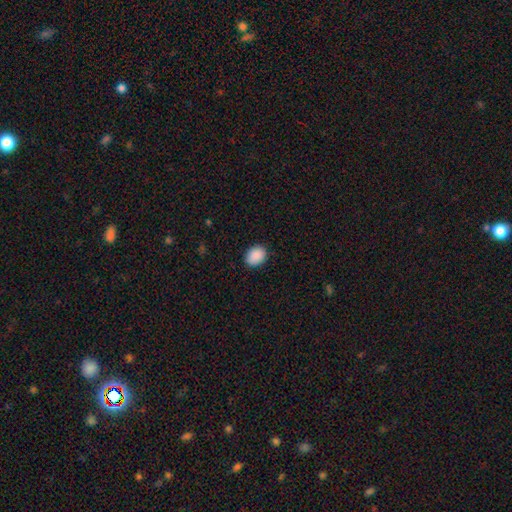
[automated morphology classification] A smooth galaxy with no disk features (90%) that is in between round and cigar-shaped (61%).

Vote fractions:
- Smooth or featured? smooth: 90% / star or artifact: 7% / featured or disk: 3%
- How rounded? in between: 61% / round: 38% / cigar-shaped: 1%
- Merging? none: 85% / minor disturbance: 11% / major disturbance: 2% / merger: 1%